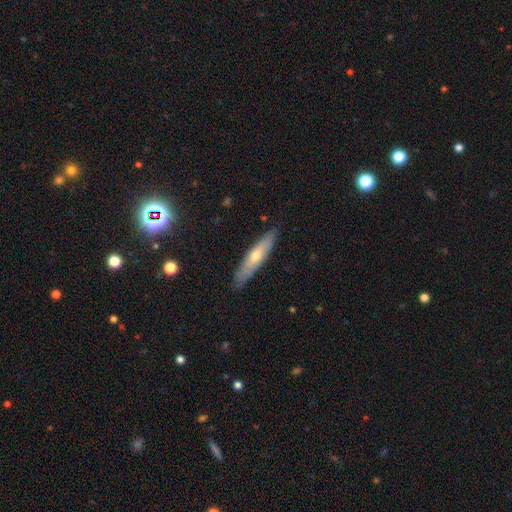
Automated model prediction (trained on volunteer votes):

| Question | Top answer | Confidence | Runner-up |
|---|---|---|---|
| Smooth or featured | smooth | 47% | tied: featured or disk (47%) |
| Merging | none | 85% | minor disturbance (12%) |